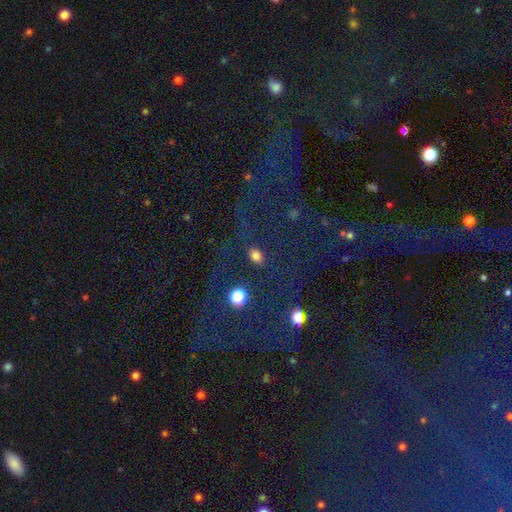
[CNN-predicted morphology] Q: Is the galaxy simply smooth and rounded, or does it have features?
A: smooth — 77%.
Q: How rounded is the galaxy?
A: in between — 68%.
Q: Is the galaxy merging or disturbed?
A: none — 84%.